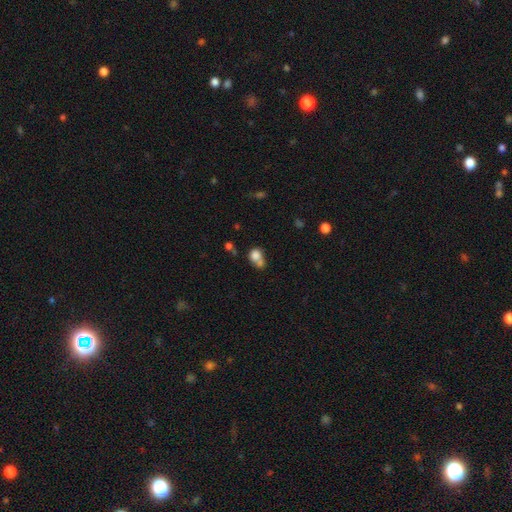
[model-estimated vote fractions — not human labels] A smooth galaxy with no disk features (78%) that is round (63%). Merging: merger (50%).